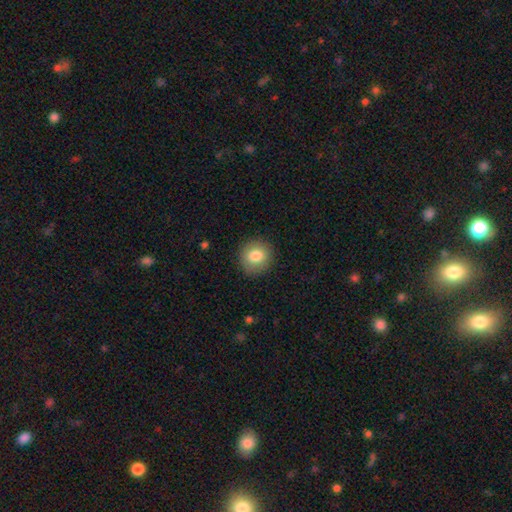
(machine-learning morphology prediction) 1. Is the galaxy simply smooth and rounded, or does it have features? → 82% smooth, 9% featured or disk, 9% star or artifact.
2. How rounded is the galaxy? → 90% round, 9% in between, 1% cigar-shaped.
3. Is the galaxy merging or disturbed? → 90% none, 7% minor disturbance, 2% major disturbance, 1% merger.